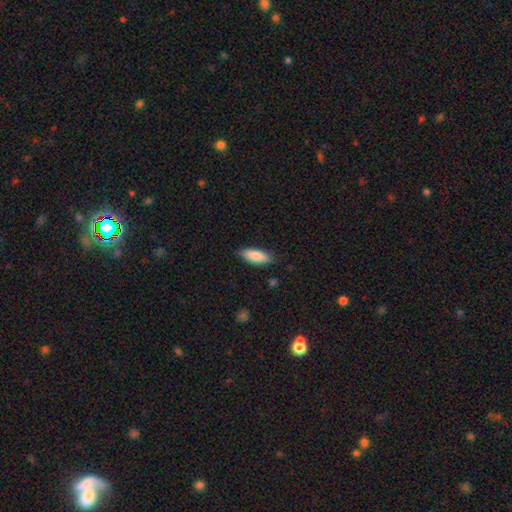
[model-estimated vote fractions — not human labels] A smooth galaxy with no disk features (83%) that is in between round and cigar-shaped (70%). Merging: none (82%).